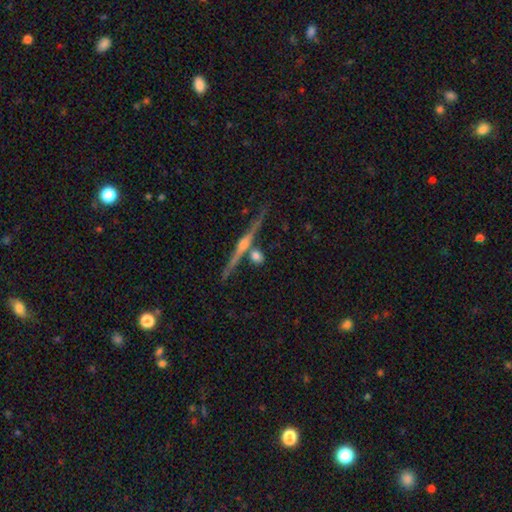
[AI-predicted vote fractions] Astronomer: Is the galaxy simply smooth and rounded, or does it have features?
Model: featured or disk — 45% (runner-up: smooth, 42%).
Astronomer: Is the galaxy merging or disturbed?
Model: none — 68%.